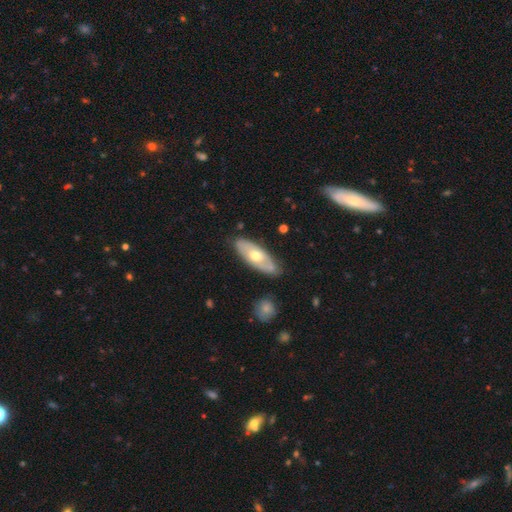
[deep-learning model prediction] Smooth or featured? Predicted: featured or disk (p=0.50). Merging? Predicted: none (p=0.80).